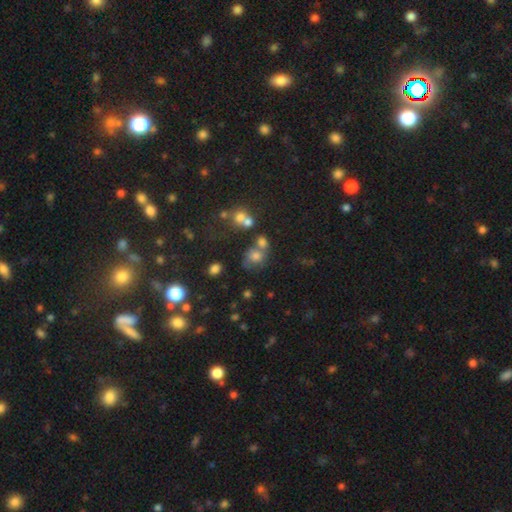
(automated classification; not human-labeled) smooth-or-featured: smooth: 64% | star or artifact: 21% | featured or disk: 16%
  how-rounded: round: 60% | in between: 39% | cigar-shaped: 1%
  merging: none: 44% | merger: 32% | minor disturbance: 15% | major disturbance: 9%